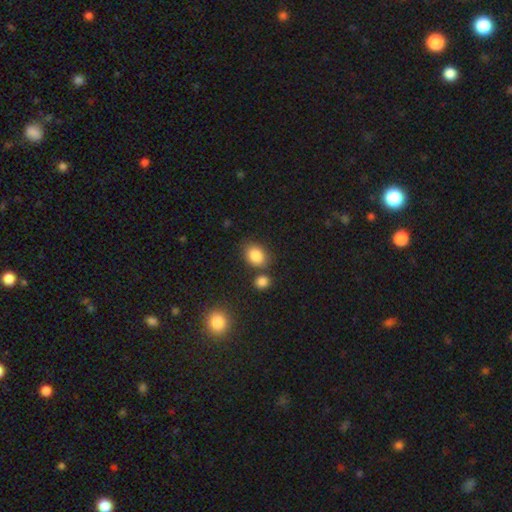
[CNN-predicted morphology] Overall: smooth (86%). How rounded: in between (66%; round 33%). Merging: none (69%).